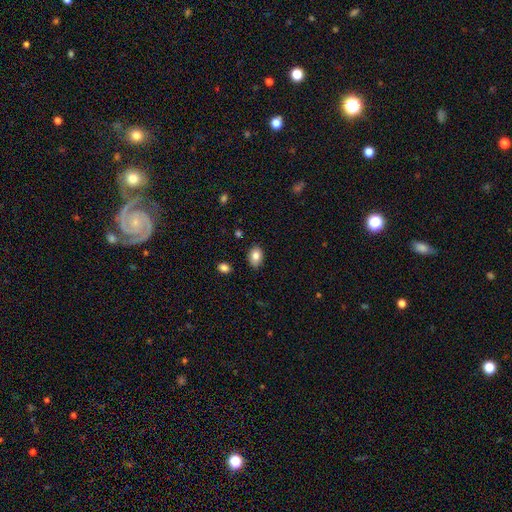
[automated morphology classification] smooth-or-featured: smooth: 83% | featured or disk: 9% | star or artifact: 8%
  how-rounded: in between: 79% | round: 20% | cigar-shaped: 1%
  merging: none: 85% | minor disturbance: 11% | major disturbance: 2% | merger: 2%